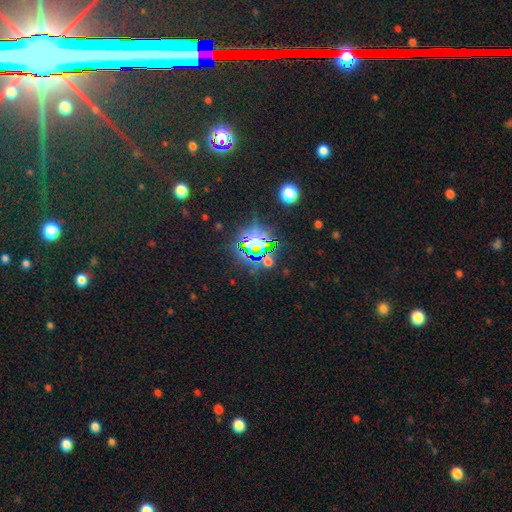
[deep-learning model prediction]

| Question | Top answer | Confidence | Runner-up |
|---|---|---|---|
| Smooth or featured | star or artifact | 77% | smooth (15%) |